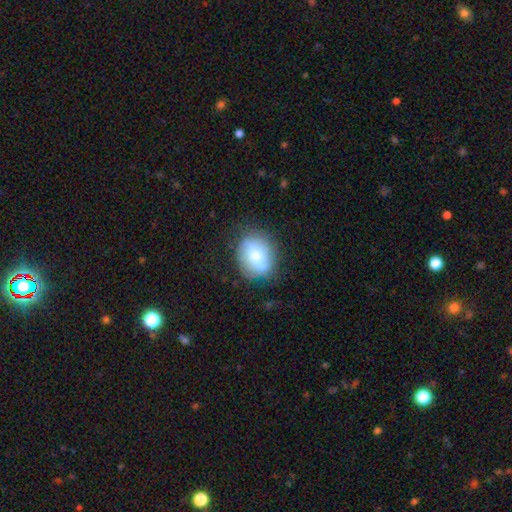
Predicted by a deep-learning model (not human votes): Smooth or featured: smooth — 57% (featured or disk — 35%)
How rounded: round — 63% (in between — 35%)
Merging: none — 57% (merger — 19%)